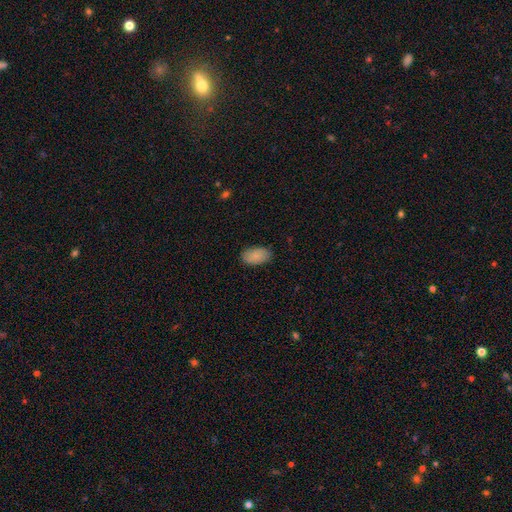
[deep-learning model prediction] This is clearly a smooth galaxy (86%). How rounded: clearly in between (93%). Merging: clearly none (85%).